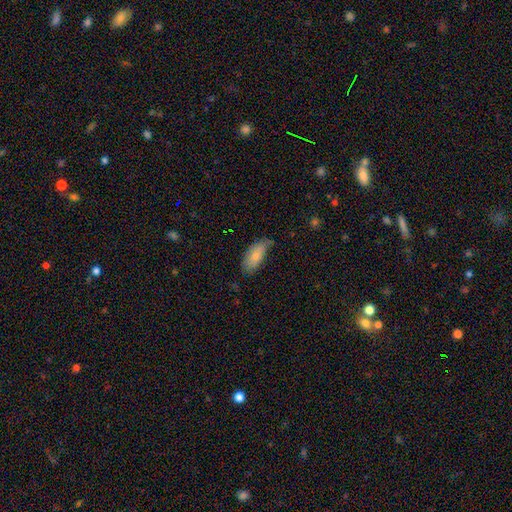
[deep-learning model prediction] The model was most divided on "merging": none: 57%, minor disturbance: 33%, major disturbance: 7%, merger: 3%. More confident: how rounded — in between (88%); smooth or featured — smooth (81%).